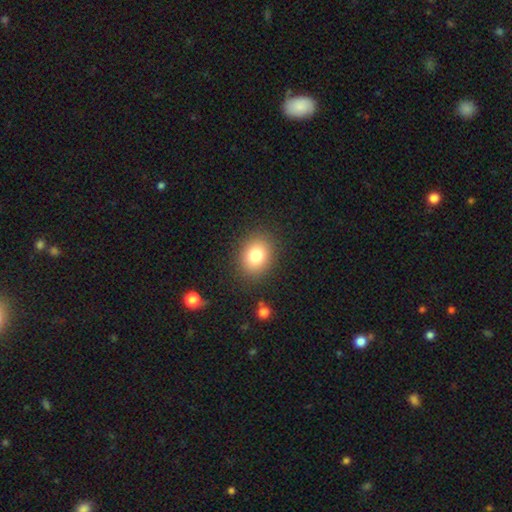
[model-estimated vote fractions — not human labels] smooth_or_featured: smooth (p=0.80) [alt: star or artifact p=0.11]
how_rounded: in between (p=0.50) [alt: round p=0.49]
merging: none (p=0.88) [alt: minor disturbance p=0.08]